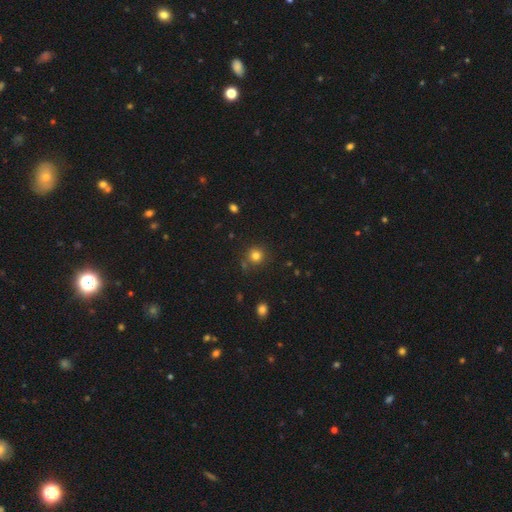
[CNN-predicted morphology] smooth-or-featured: smooth: 80% | star or artifact: 13% | featured or disk: 6%
  how-rounded: round: 91% | in between: 8% | cigar-shaped: 1%
  merging: none: 81% | minor disturbance: 10% | merger: 6% | major disturbance: 3%